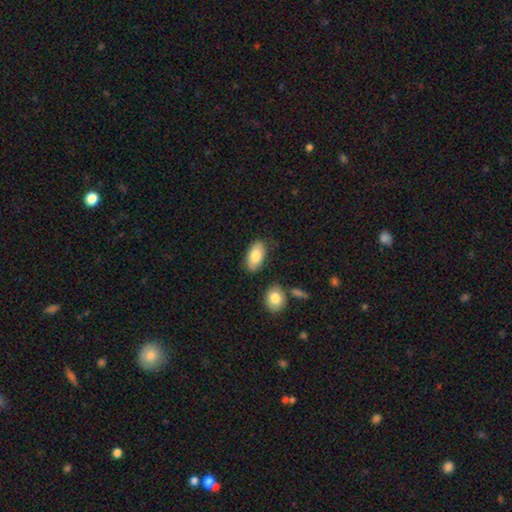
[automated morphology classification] Overall: smooth (80%). How rounded: in between (94%). Merging: none (81%).